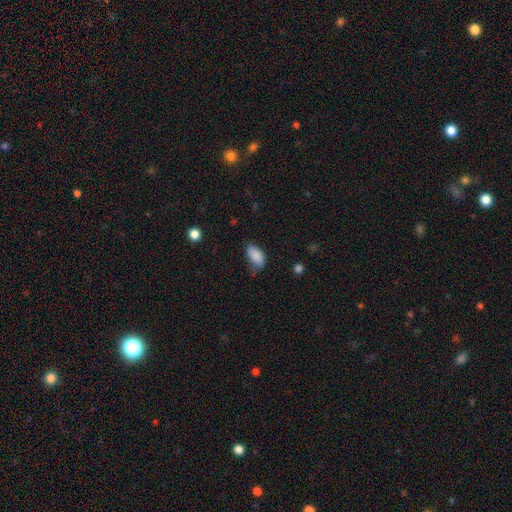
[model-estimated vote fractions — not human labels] A smooth galaxy with no disk features (86%) that is in between round and cigar-shaped (93%). Merging: none (52%).